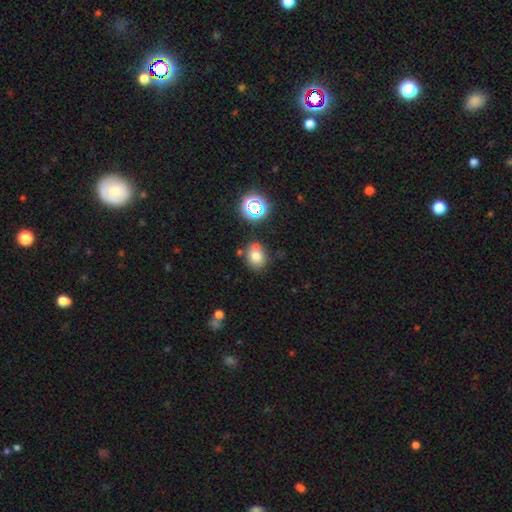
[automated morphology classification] Overall: smooth (72%). How rounded: round (57%; in between 43%). Merging: none (65%).